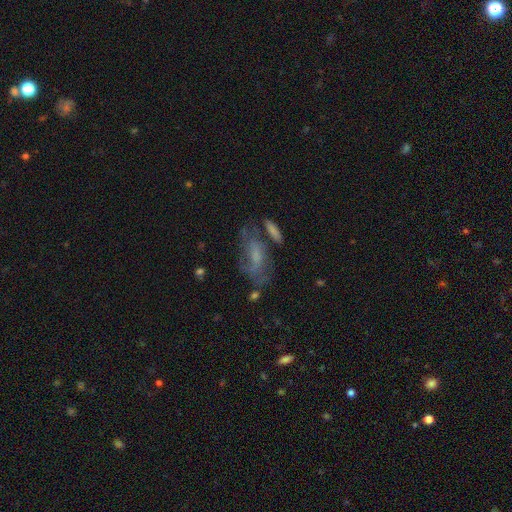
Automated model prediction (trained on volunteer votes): Smooth or featured: featured or disk — 56% (smooth — 31%)
Edge-on disk: no — 89% (yes — 11%)
Merging: none — 49% (minor disturbance — 20%)